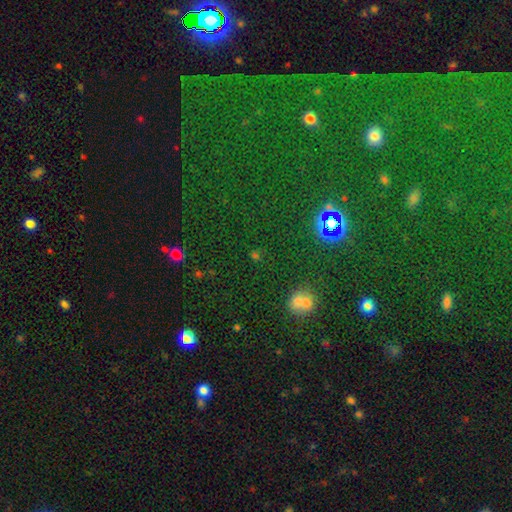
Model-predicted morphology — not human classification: Smooth or featured? star or artifact (55%)